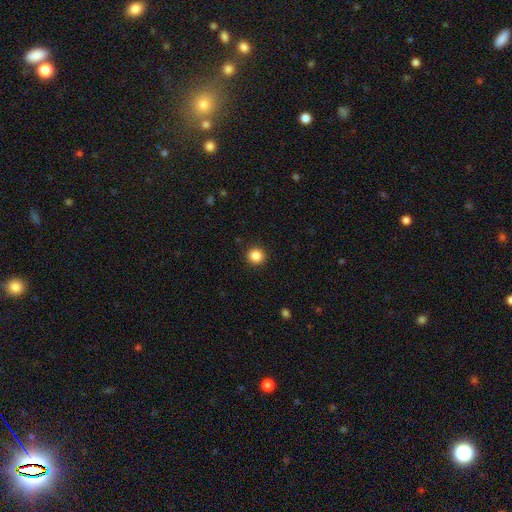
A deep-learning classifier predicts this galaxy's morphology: A smooth galaxy with no disk features (86%) that is round (93%). Merging: none (92%).